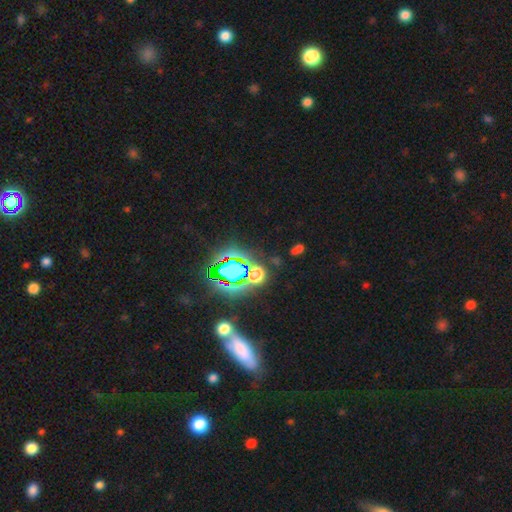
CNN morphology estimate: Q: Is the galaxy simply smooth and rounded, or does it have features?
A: star or artifact — 74%.